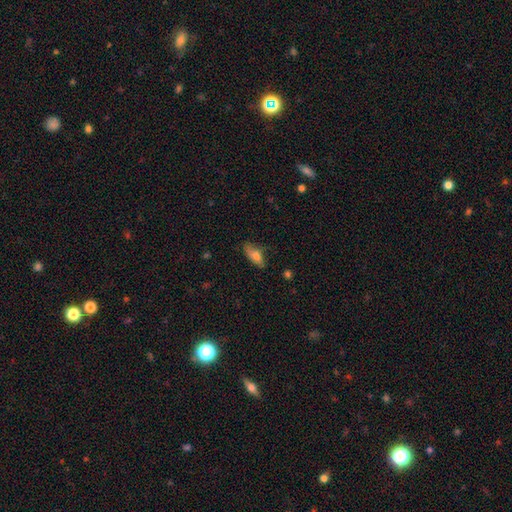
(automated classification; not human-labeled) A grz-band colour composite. It shows a smooth galaxy with no disk features (75%) that is in between round and cigar-shaped (74%). Merging: none (66%).